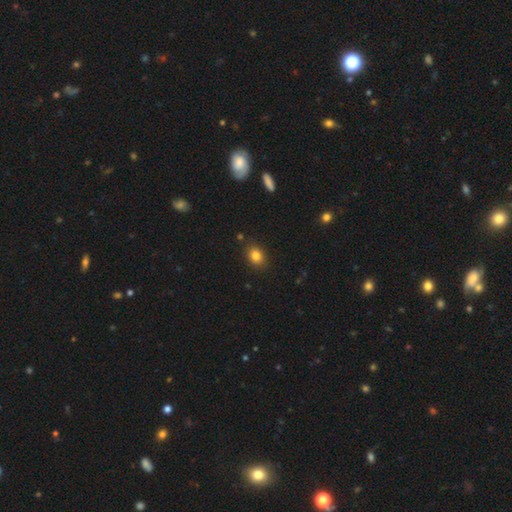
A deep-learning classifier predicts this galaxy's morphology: A smooth galaxy with no disk features (83%) that is in between round and cigar-shaped (56%). Merging: none (85%).